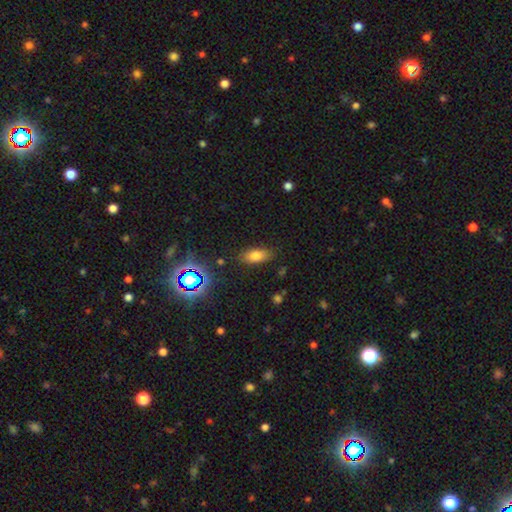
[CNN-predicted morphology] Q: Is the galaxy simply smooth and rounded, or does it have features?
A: smooth — 75%.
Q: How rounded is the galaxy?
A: in between — 83%.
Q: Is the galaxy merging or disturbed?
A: none — 83%.